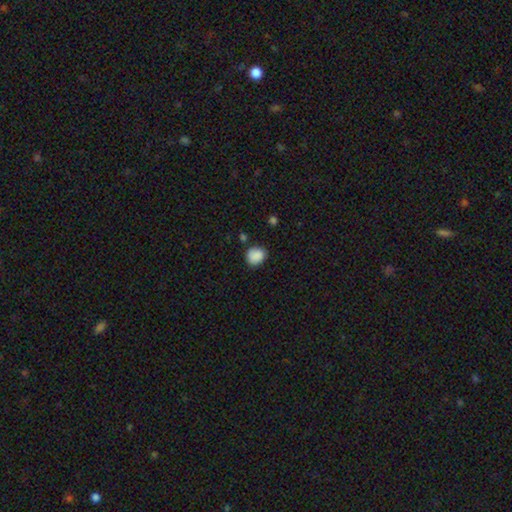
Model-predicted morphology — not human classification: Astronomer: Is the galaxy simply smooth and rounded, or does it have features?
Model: smooth — 88%.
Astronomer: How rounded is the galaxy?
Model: round — 69%.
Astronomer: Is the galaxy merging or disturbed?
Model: none — 74%.